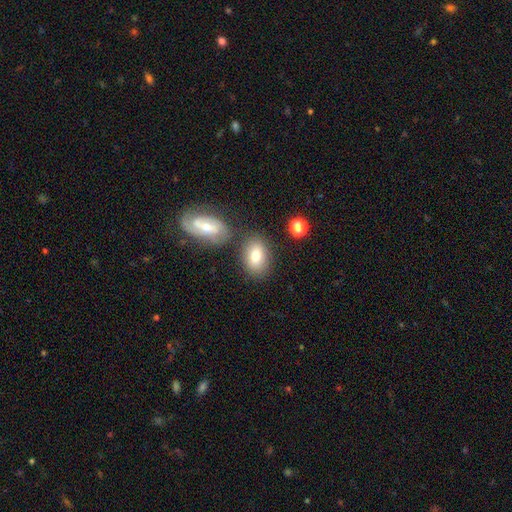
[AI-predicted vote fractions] Smooth or featured? Predicted: smooth (p=0.77). How rounded? Predicted: in between (p=0.82). Merging? Predicted: none (p=0.71).